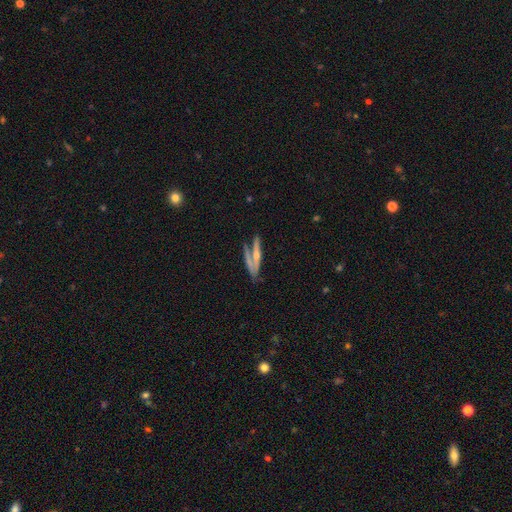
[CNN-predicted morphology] Smooth or featured? featured or disk (59%)
Edge-on disk? yes (61%)
Merging? none (45%)